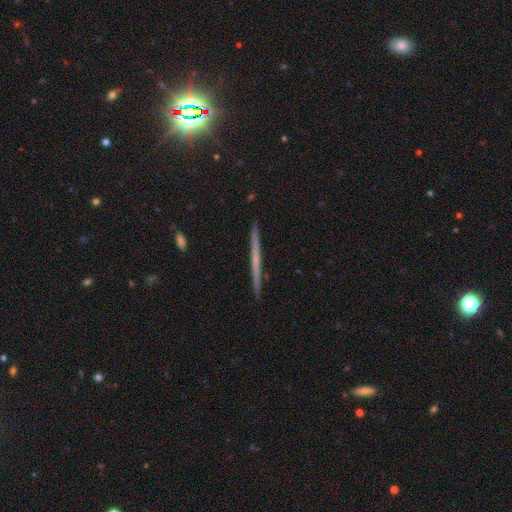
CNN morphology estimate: featured or disk 60%, smooth 31%, star or artifact 10%. Down the decision tree: edge-on disk — yes (98%); edge-on bulge — none (80%); merging — none (92%).